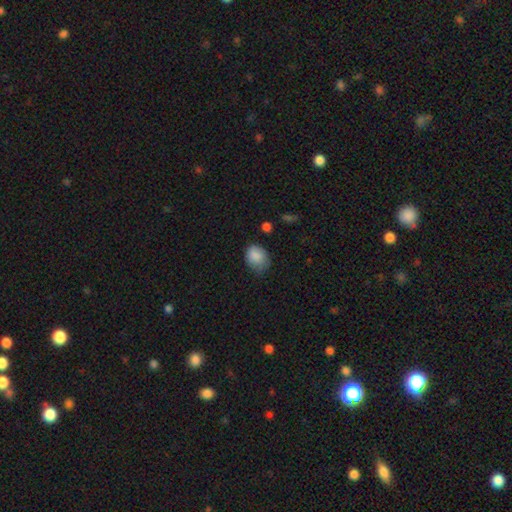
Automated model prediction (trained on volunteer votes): Smooth or featured? smooth (84%)
How rounded? in between (53%)
Merging? none (53%)